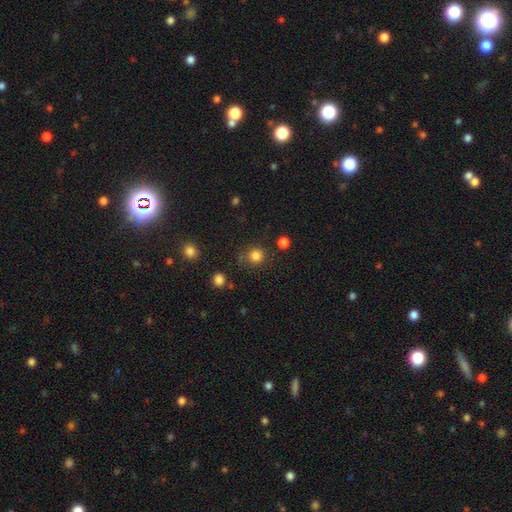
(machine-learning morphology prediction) This is clearly a smooth galaxy (82%). How rounded: clearly round (93%). Merging: clearly none (81%).